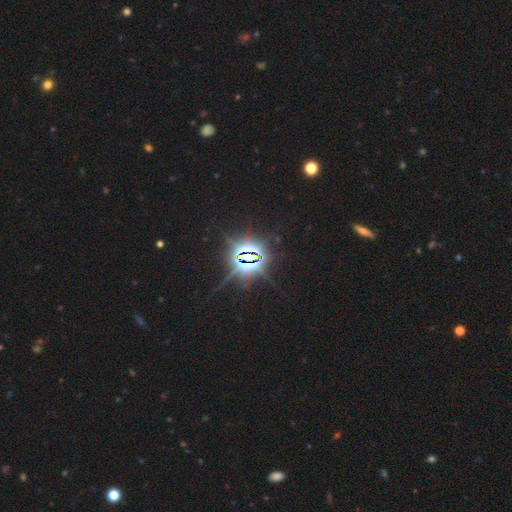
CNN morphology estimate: This appears to be a star or artifact, not a galaxy (84%).